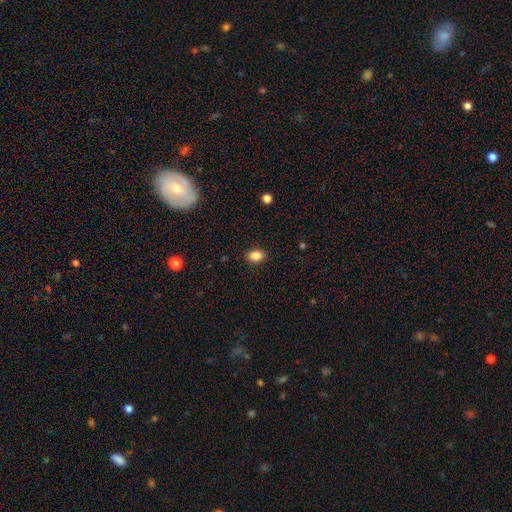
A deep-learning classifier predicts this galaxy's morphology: A smooth galaxy with no disk features (86%) that is in between round and cigar-shaped (76%).

Vote fractions:
- Smooth or featured? smooth: 86% / star or artifact: 9% / featured or disk: 4%
- How rounded? in between: 76% / round: 23% / cigar-shaped: 1%
- Merging? none: 89% / minor disturbance: 8% / major disturbance: 2% / merger: 1%